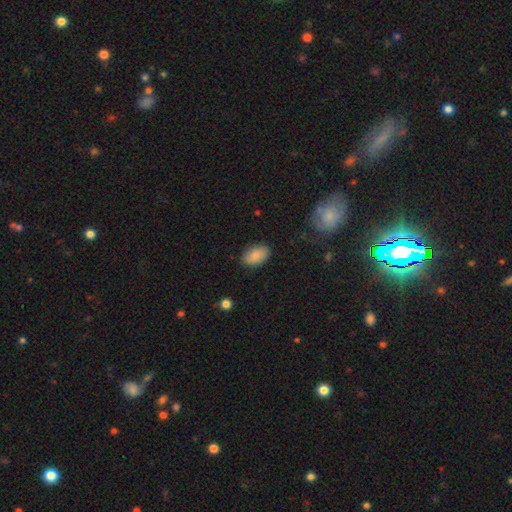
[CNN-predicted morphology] Smooth or featured? smooth (86%)
How rounded? in between (92%)
Merging? none (85%)